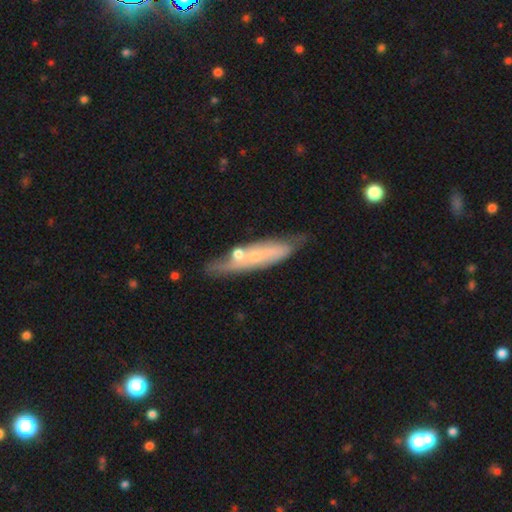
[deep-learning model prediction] Smooth or featured: featured or disk — 51% (smooth — 42%)
Edge-on disk: no — 54% (yes — 46%)
Merging: none — 57% (minor disturbance — 23%)